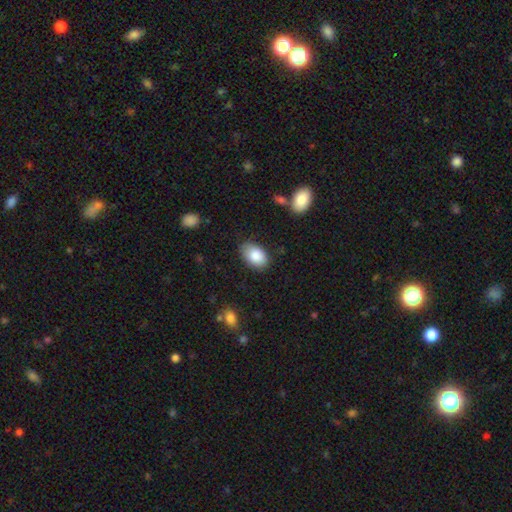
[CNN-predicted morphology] The model was most divided on "merging": none: 76%, minor disturbance: 18%, major disturbance: 4%, merger: 2%. More confident: how rounded — in between (91%); smooth or featured — smooth (87%).